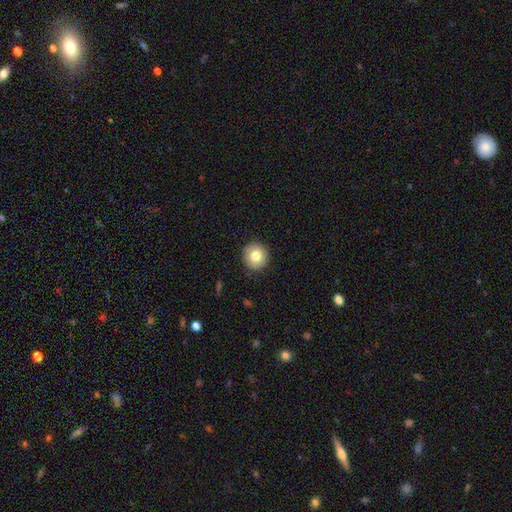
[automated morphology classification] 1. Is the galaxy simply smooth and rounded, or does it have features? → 80% smooth, 11% featured or disk, 9% star or artifact.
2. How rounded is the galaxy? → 93% round, 6% in between, 1% cigar-shaped.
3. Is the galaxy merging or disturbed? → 91% none, 6% minor disturbance, 2% major disturbance, 1% merger.